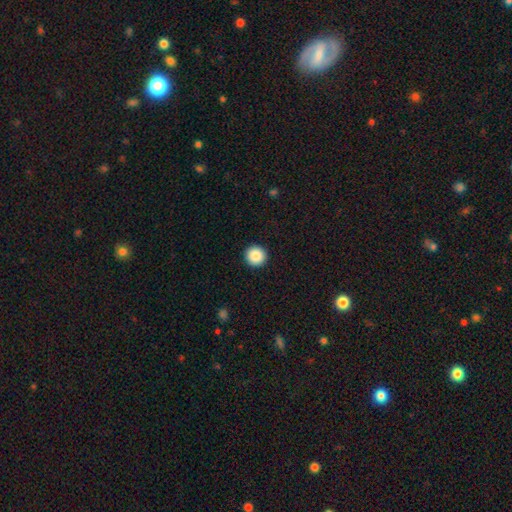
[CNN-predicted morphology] Smooth or featured?
  - smooth: 88% *
  - star or artifact: 8%
  - featured or disk: 4%
How rounded?
  - round: 96% *
  - in between: 3%
  - cigar-shaped: 1%
Merging?
  - none: 94% *
  - minor disturbance: 4%
  - major disturbance: 1%
  - merger: 1%